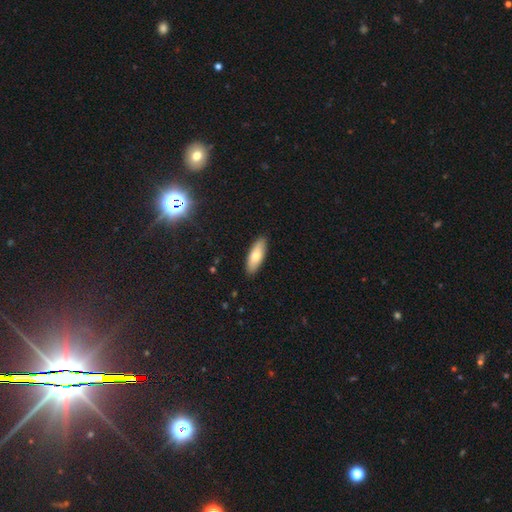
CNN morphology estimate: Smooth or featured? Predicted: smooth (p=0.76). How rounded? Predicted: in between (p=0.67). Merging? Predicted: none (p=0.89).